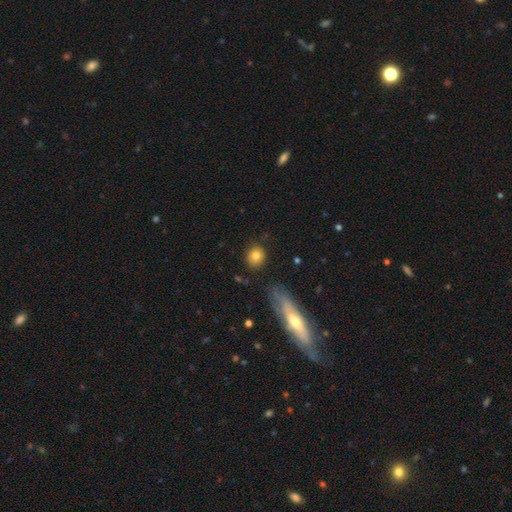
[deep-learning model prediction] This appears to be a smooth galaxy with no disk features (80%) that is round (79%). Merging: none (83%).